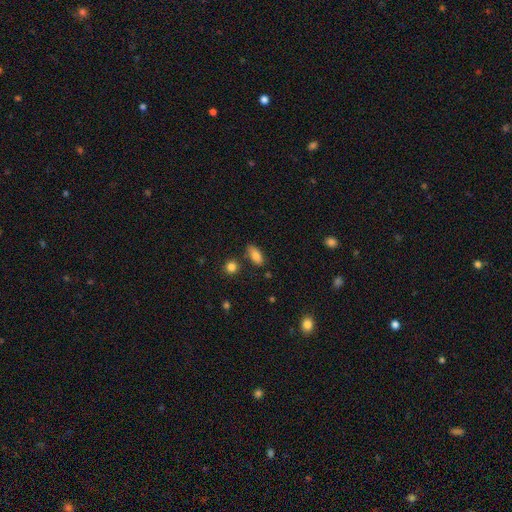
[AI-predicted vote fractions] A smooth galaxy with no disk features (81%) that is in between round and cigar-shaped (85%).

Vote fractions:
- Smooth or featured? smooth: 81% / featured or disk: 10% / star or artifact: 9%
- How rounded? in between: 85% / cigar-shaped: 10% / round: 5%
- Merging? none: 76% / minor disturbance: 16% / merger: 5% / major disturbance: 3%